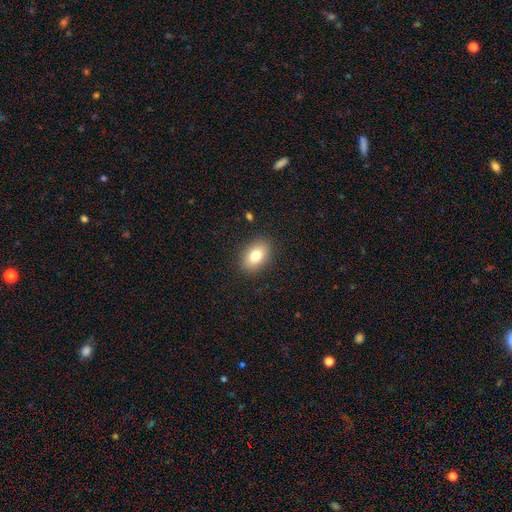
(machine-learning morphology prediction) Smooth or featured?
  - smooth: 80% *
  - featured or disk: 12%
  - star or artifact: 9%
How rounded?
  - in between: 84% *
  - round: 14%
  - cigar-shaped: 2%
Merging?
  - none: 87% *
  - minor disturbance: 9%
  - major disturbance: 3%
  - merger: 1%